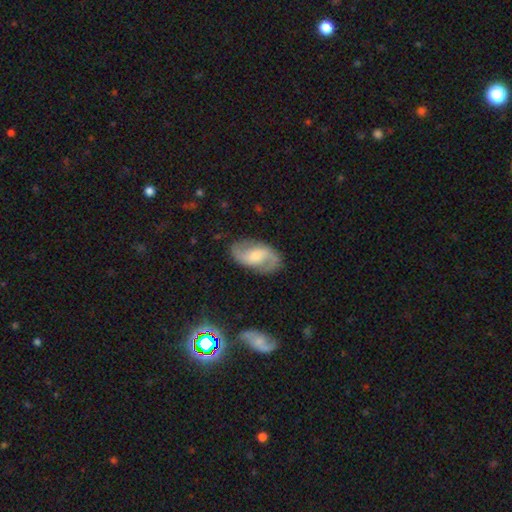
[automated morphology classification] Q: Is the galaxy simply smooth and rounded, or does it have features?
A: featured or disk — 79%.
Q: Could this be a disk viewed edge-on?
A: no — 97%.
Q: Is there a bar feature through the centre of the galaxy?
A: weak — 46%.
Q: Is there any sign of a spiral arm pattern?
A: yes — 95%.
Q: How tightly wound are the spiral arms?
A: medium — 47%.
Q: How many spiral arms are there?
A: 2 — 91%.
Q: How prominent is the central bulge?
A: moderate — 49%.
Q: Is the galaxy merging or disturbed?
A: none — 82%.